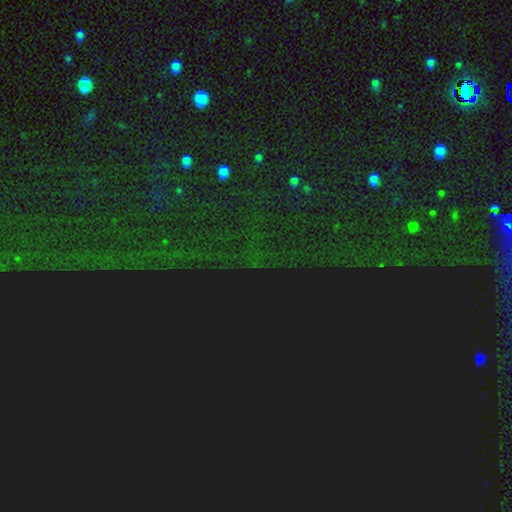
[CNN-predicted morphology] Smooth or featured: star or artifact — 85% (smooth — 8%)